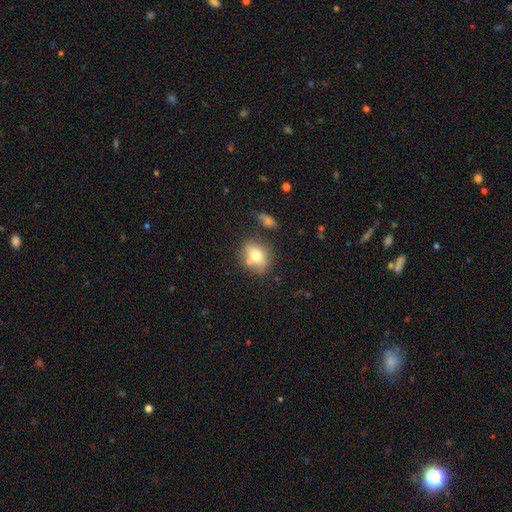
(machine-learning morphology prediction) The model was most divided on "how rounded": in between: 53%, round: 45%, cigar-shaped: 2%. More confident: smooth or featured — smooth (70%); merging — none (62%).